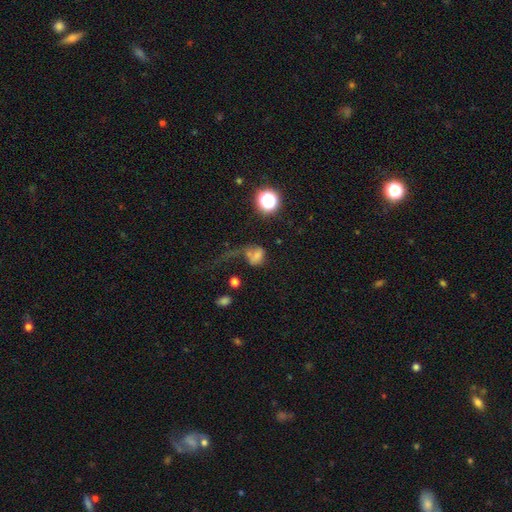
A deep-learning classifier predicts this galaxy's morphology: Smooth or featured? smooth (59%)
How rounded? in between (51%)
Merging? major disturbance (46%)